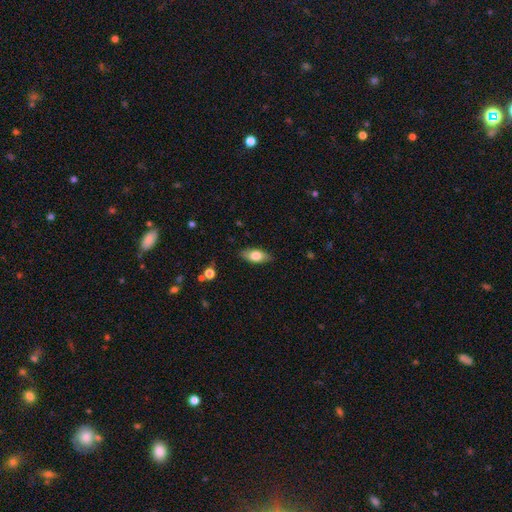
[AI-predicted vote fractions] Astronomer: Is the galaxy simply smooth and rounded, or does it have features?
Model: smooth — 75%.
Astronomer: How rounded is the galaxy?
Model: in between — 86%.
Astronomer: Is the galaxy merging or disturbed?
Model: none — 85%.